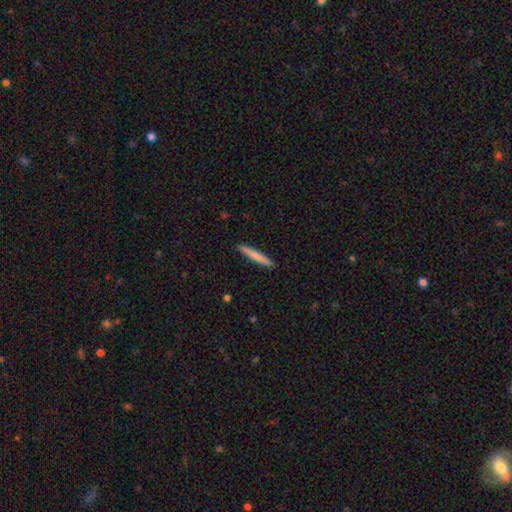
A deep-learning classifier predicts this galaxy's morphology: Overall: smooth (76%). How rounded: cigar-shaped (96%). Merging: none (92%).